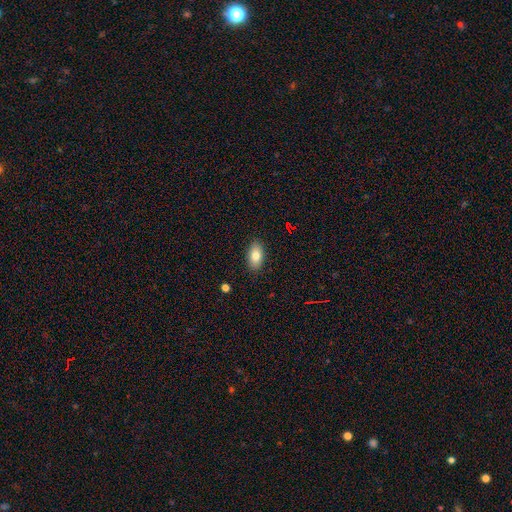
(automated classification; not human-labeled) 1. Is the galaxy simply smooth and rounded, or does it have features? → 80% smooth, 12% featured or disk, 8% star or artifact.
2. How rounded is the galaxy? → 92% in between, 5% round, 3% cigar-shaped.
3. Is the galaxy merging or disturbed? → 88% none, 9% minor disturbance, 2% major disturbance, 1% merger.